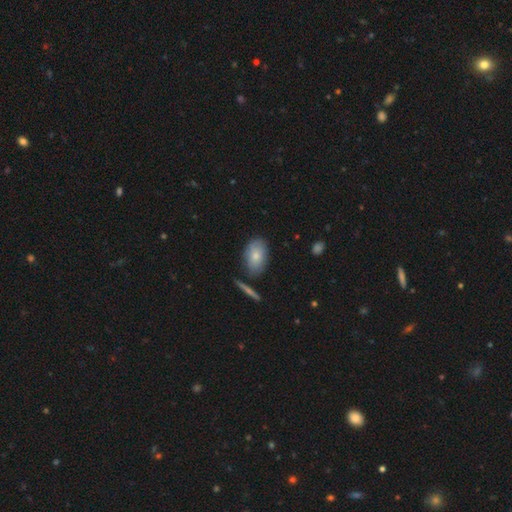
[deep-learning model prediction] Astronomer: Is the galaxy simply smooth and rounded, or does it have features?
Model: smooth — 78%.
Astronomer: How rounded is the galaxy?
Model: in between — 89%.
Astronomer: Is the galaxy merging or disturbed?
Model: none — 75%.